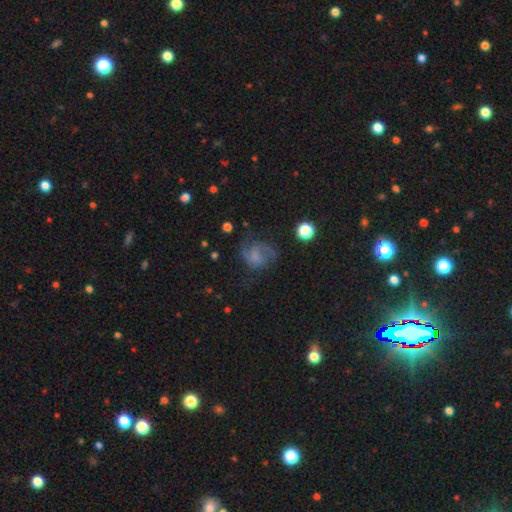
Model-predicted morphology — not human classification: A featured or disk galaxy (55%) with no bar (66%), spiral arms (85%) and no central bulge (51%). Merging: none (54%).